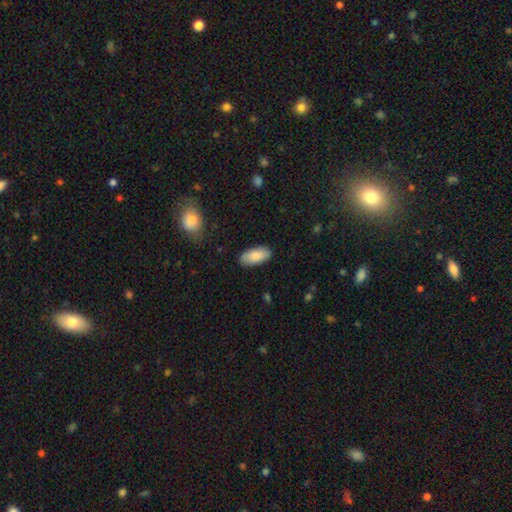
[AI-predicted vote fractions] This is clearly a smooth galaxy (86%). How rounded: clearly in between (90%). Merging: clearly none (86%).